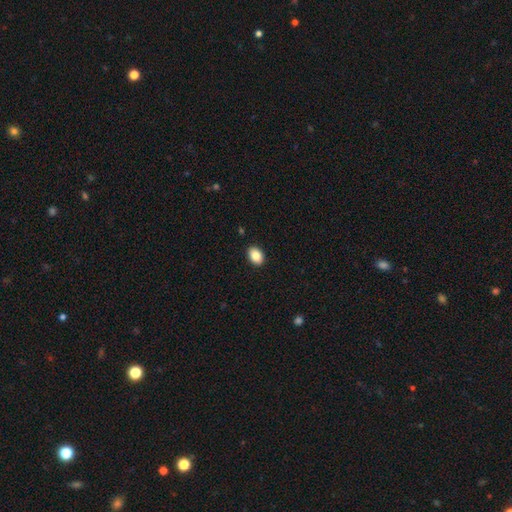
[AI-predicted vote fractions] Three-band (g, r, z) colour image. It shows a smooth galaxy with no disk features (86%) that is in between round and cigar-shaped (81%). Merging: none (90%).